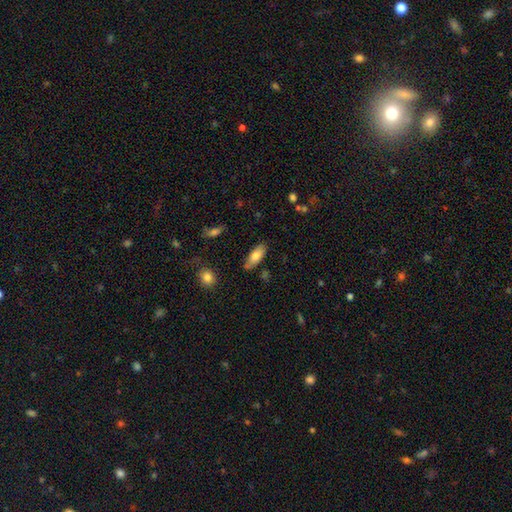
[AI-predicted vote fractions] smooth-or-featured: smooth: 78% | featured or disk: 15% | star or artifact: 7%
  how-rounded: in between: 82% | cigar-shaped: 16% | round: 2%
  merging: none: 79% | minor disturbance: 15% | merger: 4% | major disturbance: 3%